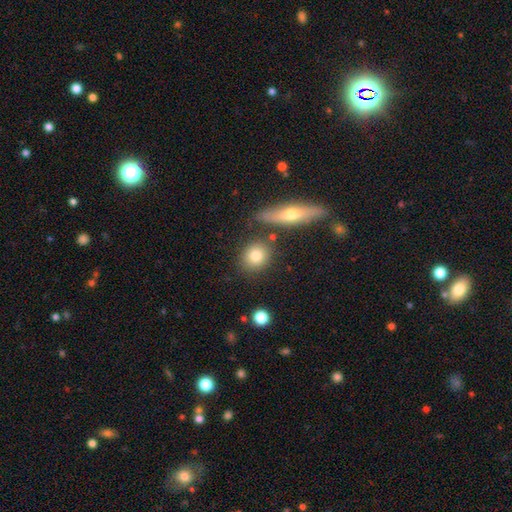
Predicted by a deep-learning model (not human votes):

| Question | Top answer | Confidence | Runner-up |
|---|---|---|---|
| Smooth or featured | smooth | 81% | featured or disk (11%) |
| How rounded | round | 72% | in between (25%) |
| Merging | none | 78% | minor disturbance (10%) |